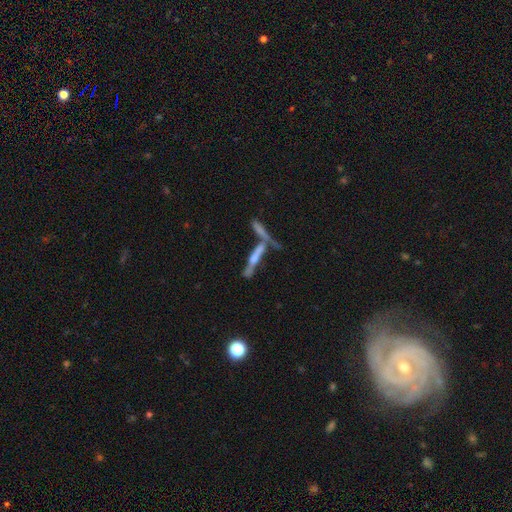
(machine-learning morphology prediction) featured or disk 63%, smooth 28%, star or artifact 9%. Down the decision tree: edge-on disk — yes (86%); edge-on bulge — rounded (67%); merging — none (43%).